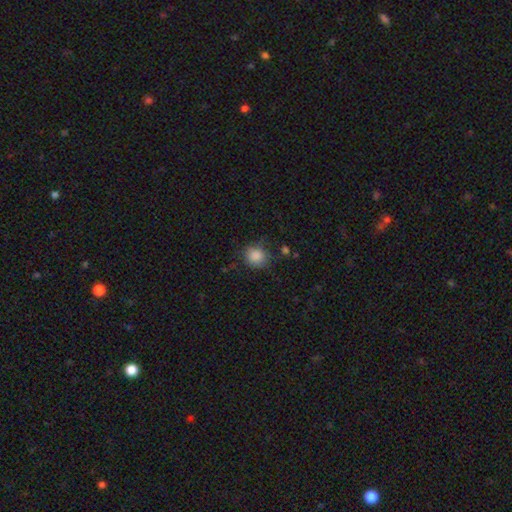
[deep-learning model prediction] The model was most divided on "merging": none: 76%, minor disturbance: 17%, major disturbance: 5%, merger: 2%. More confident: smooth or featured — smooth (87%); how rounded — round (84%).